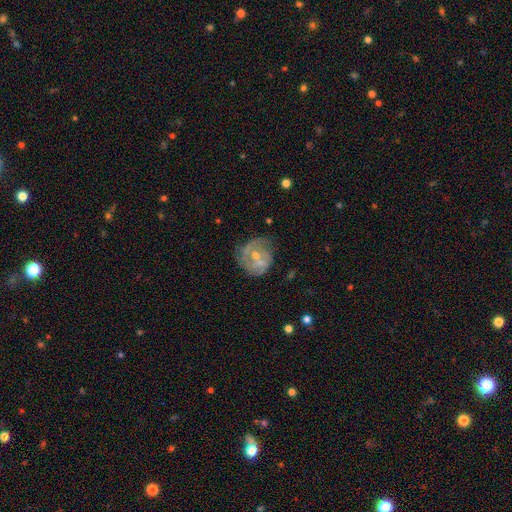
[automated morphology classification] Smooth or featured? Predicted: featured or disk (p=0.71). Edge-on disk? Predicted: no (p=0.98). Bar? Predicted: no (p=0.50). Spiral arms? Predicted: yes (p=0.81). Spiral winding? Predicted: tight (p=0.47). Spiral arm count? Predicted: 2 (p=0.35). Bulge size? Predicted: small (p=0.57). Merging? Predicted: none (p=0.62).